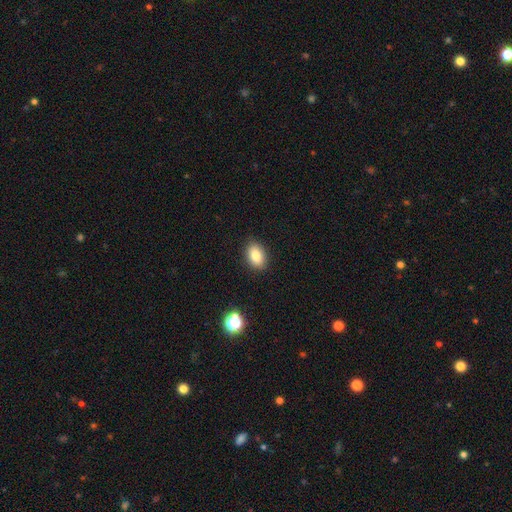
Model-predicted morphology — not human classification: Smooth or featured? Predicted: smooth (p=0.83). How rounded? Predicted: in between (p=0.84). Merging? Predicted: none (p=0.89).